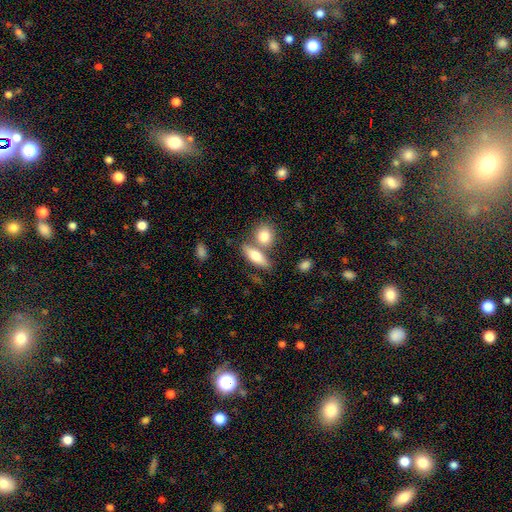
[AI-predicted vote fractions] Morphology: type=smooth (70%); roundness=in between (56%); merging=none (56%).